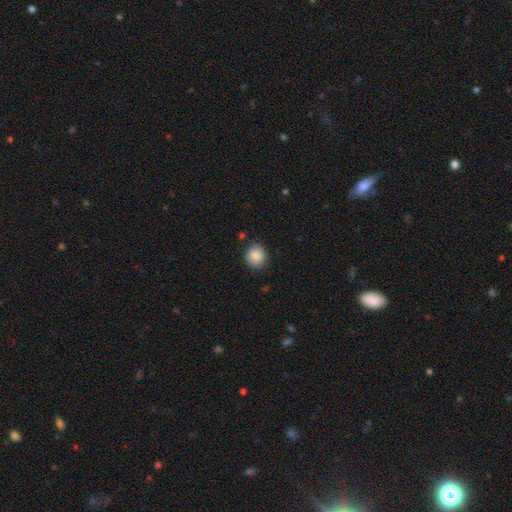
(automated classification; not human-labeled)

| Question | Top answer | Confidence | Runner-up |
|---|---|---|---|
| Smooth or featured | smooth | 87% | star or artifact (8%) |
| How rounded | round | 83% | in between (16%) |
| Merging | none | 84% | minor disturbance (12%) |